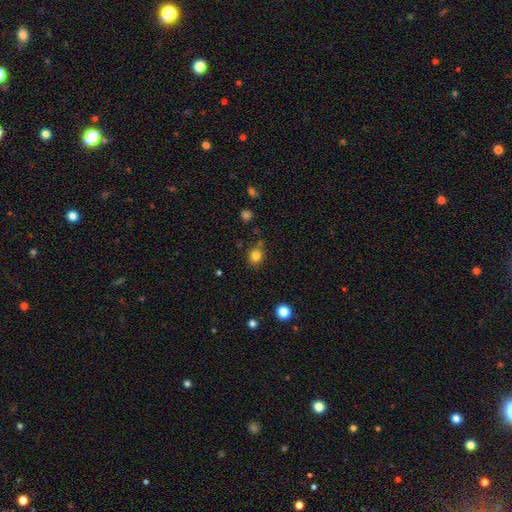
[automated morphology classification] smooth_or_featured: smooth (p=0.82) [alt: star or artifact p=0.13]
how_rounded: round (p=0.80) [alt: in between p=0.19]
merging: none (p=0.80) [alt: minor disturbance p=0.12]